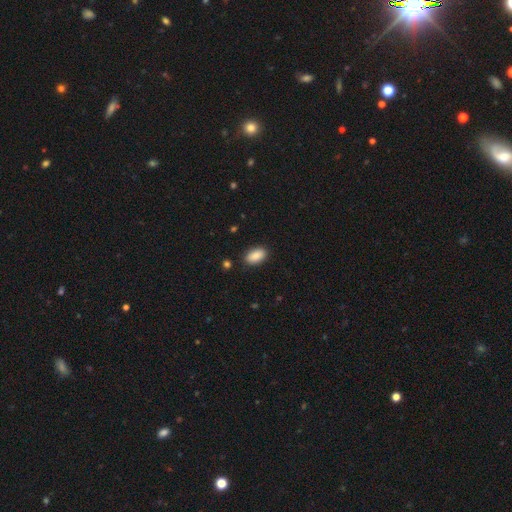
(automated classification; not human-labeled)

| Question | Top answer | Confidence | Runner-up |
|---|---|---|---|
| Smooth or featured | smooth | 88% | star or artifact (7%) |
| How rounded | in between | 93% | round (5%) |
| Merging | none | 88% | minor disturbance (9%) |